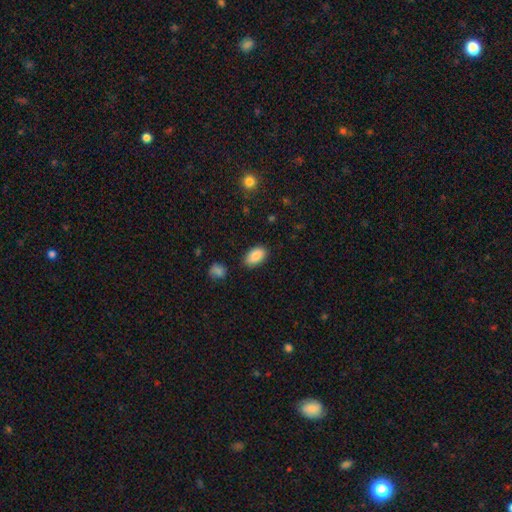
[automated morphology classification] smooth-or-featured: smooth: 88% | star or artifact: 7% | featured or disk: 5%
  how-rounded: in between: 93% | round: 5% | cigar-shaped: 2%
  merging: none: 82% | minor disturbance: 13% | major disturbance: 3% | merger: 2%